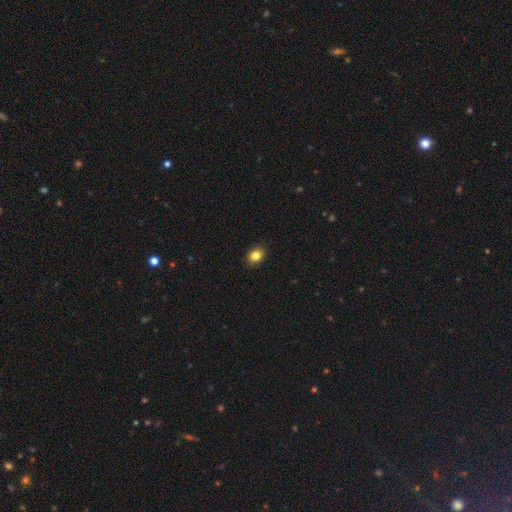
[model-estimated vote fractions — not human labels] This appears to be a smooth galaxy with no disk features (84%) that is in between round and cigar-shaped (55%). Merging: none (90%).